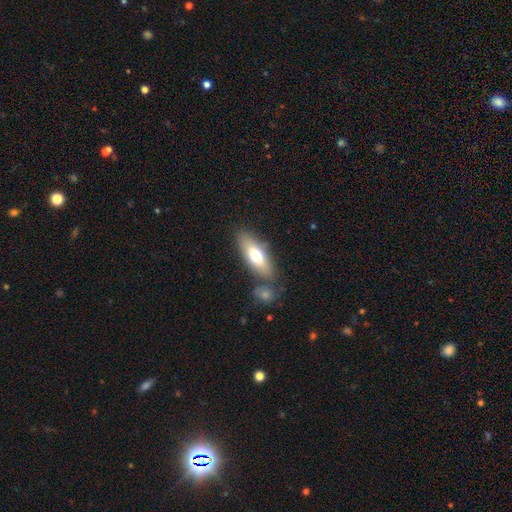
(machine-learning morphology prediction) A smooth galaxy with no disk features (67%) that is in between round and cigar-shaped (66%).

Vote fractions:
- Smooth or featured? smooth: 67% / featured or disk: 26% / star or artifact: 7%
- How rounded? in between: 66% / cigar-shaped: 32% / round: 3%
- Merging? none: 74% / minor disturbance: 13% / merger: 10% / major disturbance: 4%